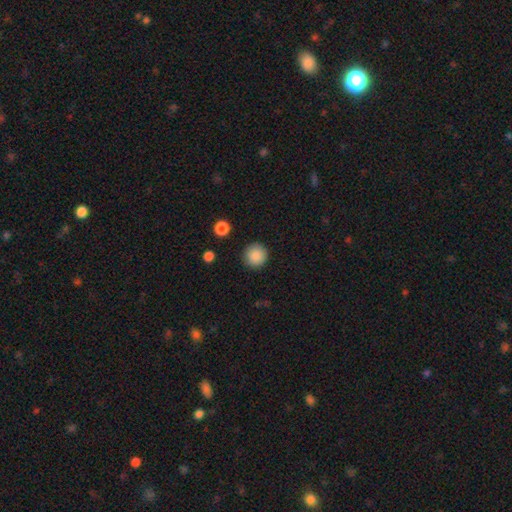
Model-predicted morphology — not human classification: A smooth galaxy with no disk features (88%) that is round (95%).

Vote fractions:
- Smooth or featured? smooth: 88% / star or artifact: 9% / featured or disk: 3%
- How rounded? round: 95% / in between: 4% / cigar-shaped: 1%
- Merging? none: 90% / minor disturbance: 6% / major disturbance: 2% / merger: 1%